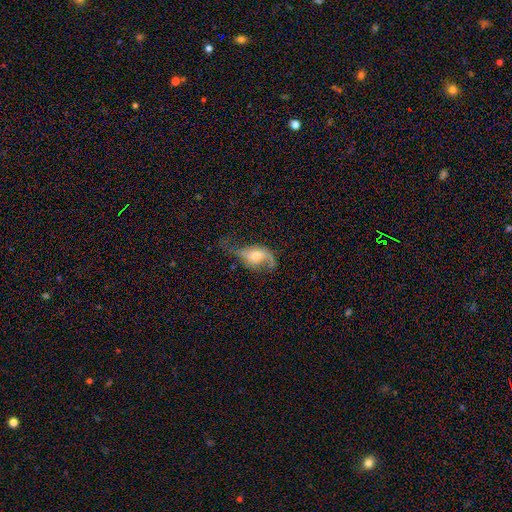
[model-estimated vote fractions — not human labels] Overall: featured or disk (61%; smooth 31%). Edge-on disk: no (92%). Bar: no (58%; weak 32%). Spiral arms: yes (82%). Bulge size: moderate (58%; small 23%). Merging: none (36%; major disturbance 32%).